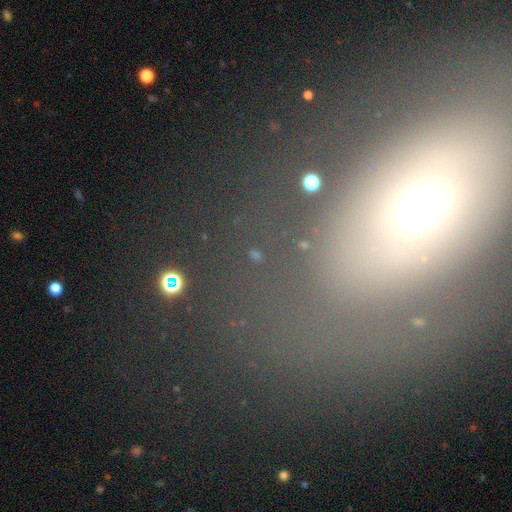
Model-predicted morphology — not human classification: star or artifact 53%, smooth 36%, featured or disk 11%.